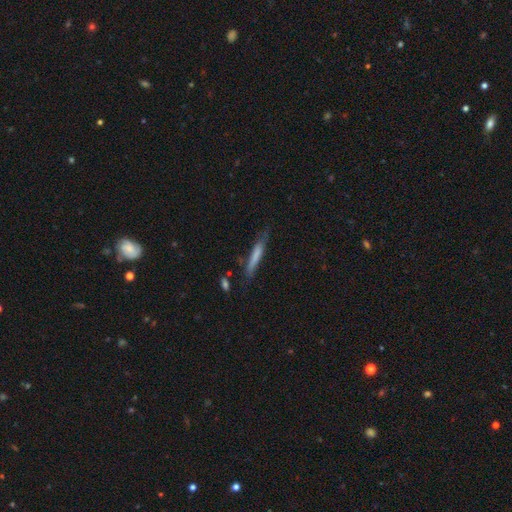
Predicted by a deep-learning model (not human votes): Smooth or featured: smooth — 65% (featured or disk — 28%)
How rounded: cigar-shaped — 93% (in between — 6%)
Merging: none — 66% (minor disturbance — 23%)